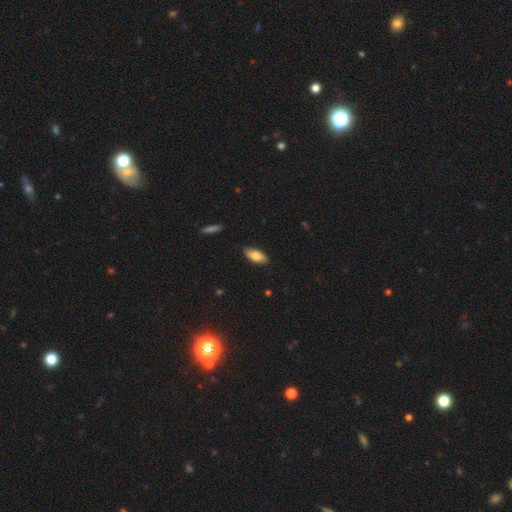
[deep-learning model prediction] Smooth or featured? smooth (77%)
How rounded? in between (84%)
Merging? none (84%)